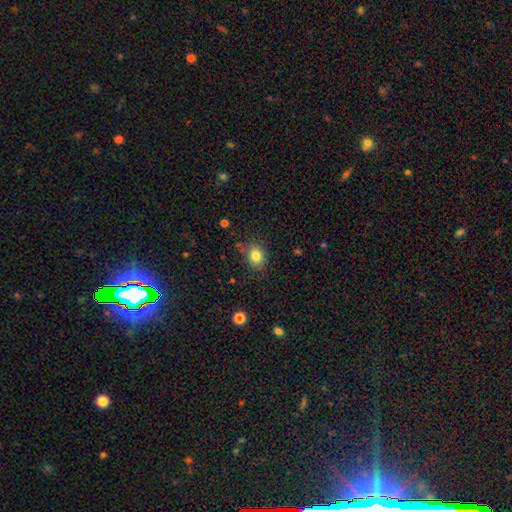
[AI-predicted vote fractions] smooth_or_featured: smooth (p=0.82) [alt: star or artifact p=0.10]
how_rounded: round (p=0.56) [alt: in between p=0.43]
merging: none (p=0.81) [alt: minor disturbance p=0.13]